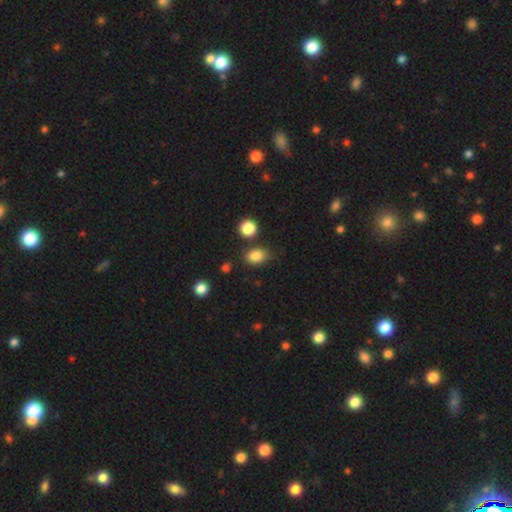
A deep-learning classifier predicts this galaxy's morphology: This appears to be a smooth galaxy with no disk features (84%) that is in between round and cigar-shaped (65%). Merging: none (74%).